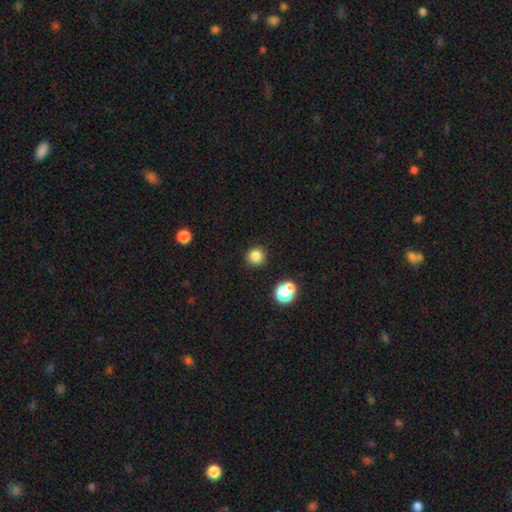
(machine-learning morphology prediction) This appears to be a smooth galaxy with no disk features (82%) that is round (92%). Merging: none (88%).